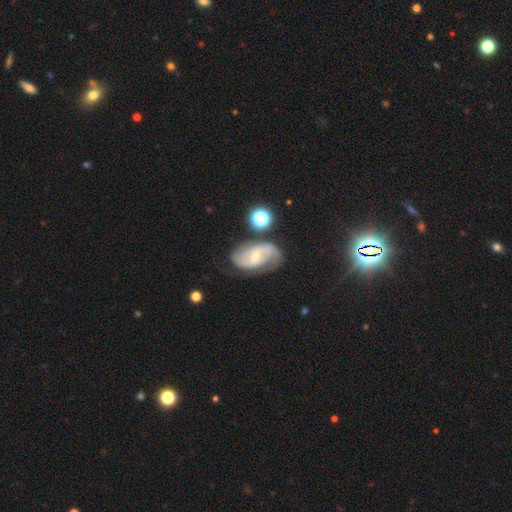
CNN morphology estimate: smooth_or_featured: featured or disk (p=0.80) [alt: smooth p=0.13]
disk_edge_on: no (p=0.97) [alt: yes p=0.03]
bar: weak (p=0.55) [alt: strong p=0.24]
has_spiral_arms: yes (p=0.94) [alt: no p=0.06]
spiral_winding: medium (p=0.48) [alt: tight p=0.29]
spiral_arm_count: 2 (p=0.79) [alt: can't tell p=0.11]
bulge_size: small (p=0.56) [alt: moderate p=0.33]
merging: none (p=0.64) [alt: minor disturbance p=0.21]